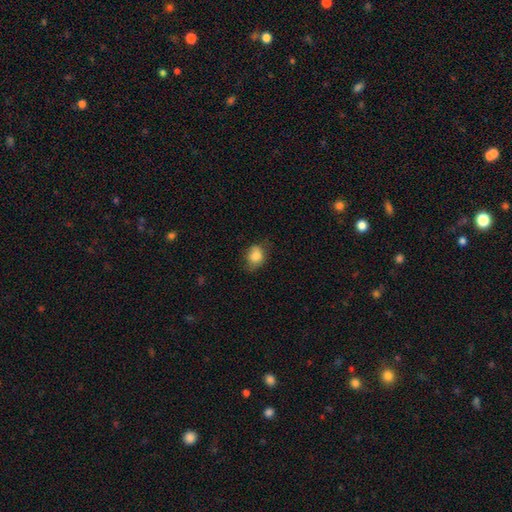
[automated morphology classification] Smooth or featured?
  - smooth: 84% *
  - star or artifact: 8%
  - featured or disk: 8%
How rounded?
  - in between: 60% *
  - round: 39%
  - cigar-shaped: 1%
Merging?
  - none: 63% *
  - minor disturbance: 27%
  - major disturbance: 8%
  - merger: 1%